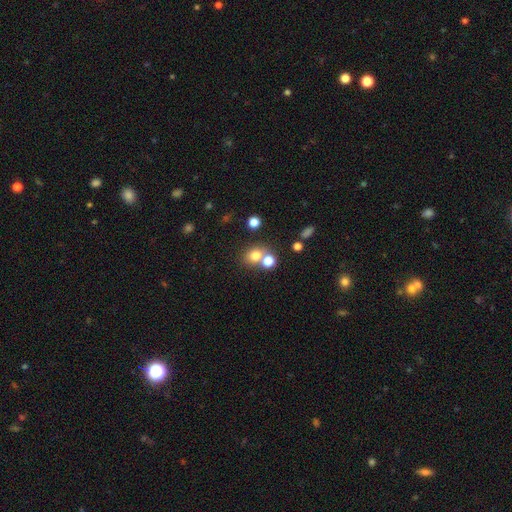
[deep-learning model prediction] smooth 74%, star or artifact 15%, featured or disk 10%. Down the decision tree: how rounded — round (70%); merging — none (54%).